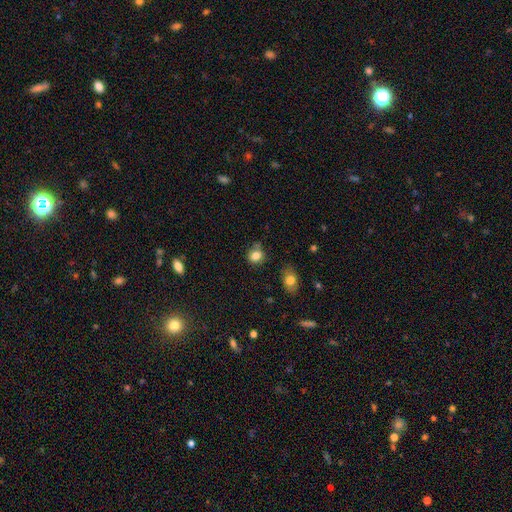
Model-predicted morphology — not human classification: Smooth or featured: smooth — 83% (star or artifact — 11%)
How rounded: round — 68% (in between — 31%)
Merging: none — 63% (minor disturbance — 25%)